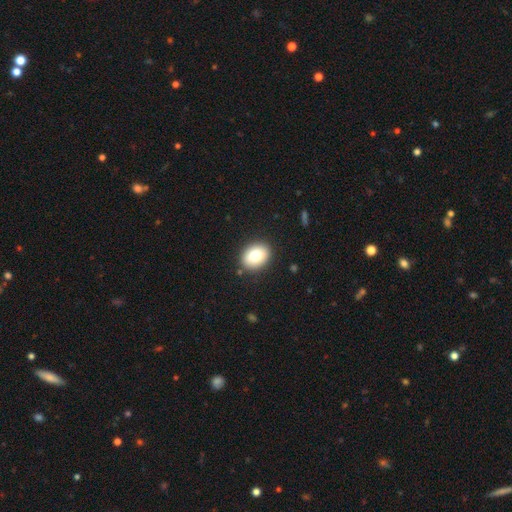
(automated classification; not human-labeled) smooth-or-featured: smooth: 79% | featured or disk: 13% | star or artifact: 8%
  how-rounded: in between: 58% | round: 41% | cigar-shaped: 1%
  merging: none: 88% | minor disturbance: 8% | major disturbance: 2% | merger: 1%